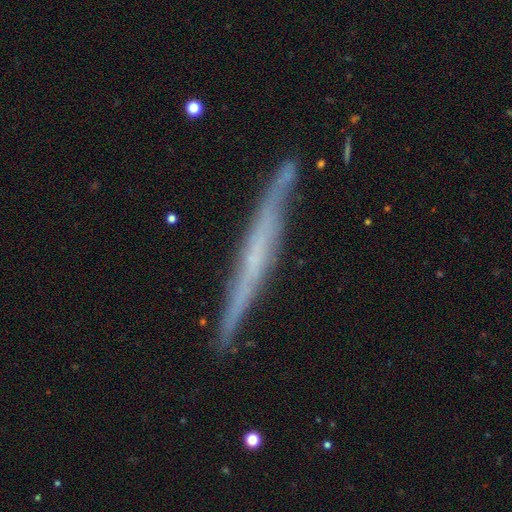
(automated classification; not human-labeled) Smooth or featured: featured or disk — 69% (smooth — 23%)
Edge-on disk: yes — 94% (no — 6%)
Edge-on bulge: none — 76% (rounded — 16%)
Merging: none — 83% (minor disturbance — 13%)